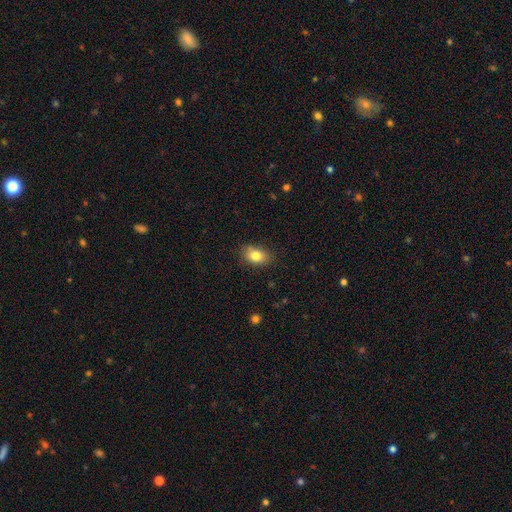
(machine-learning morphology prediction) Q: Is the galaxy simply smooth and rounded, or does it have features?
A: smooth — 82%.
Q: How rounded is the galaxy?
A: in between — 76%.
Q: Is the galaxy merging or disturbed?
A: none — 79%.